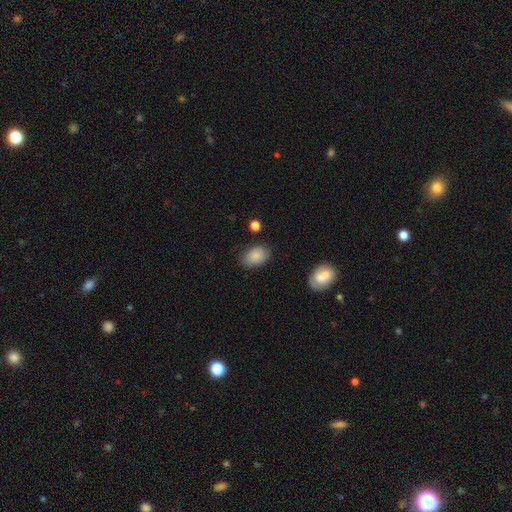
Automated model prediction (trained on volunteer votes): Smooth or featured? smooth (87%)
How rounded? in between (85%)
Merging? none (75%)